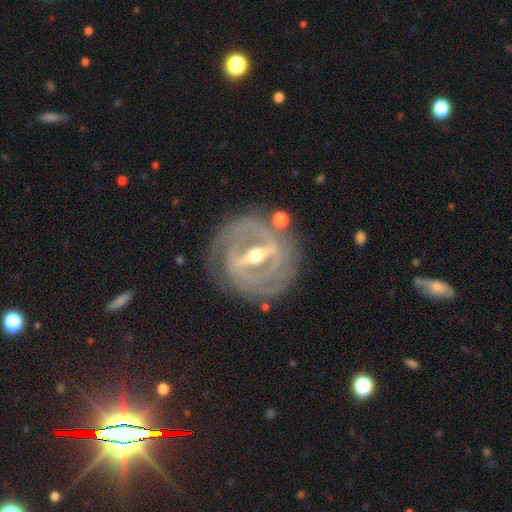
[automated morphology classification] Smooth or featured? featured or disk (91%)
Edge-on disk? no (91%)
Bar? strong (80%)
Spiral arms? yes (89%)
Spiral winding? tight (76%)
Spiral arm count? 2 (46%)
Bulge size? moderate (67%)
Merging? none (79%)